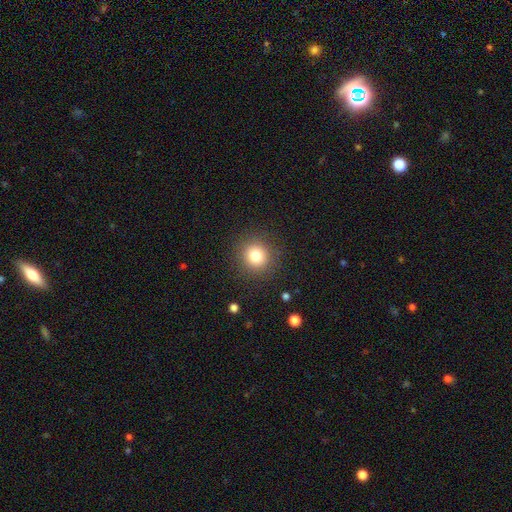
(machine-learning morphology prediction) Q: Smooth or featured?
A: smooth (79%); runner-up: star or artifact (13%)
Q: How rounded?
A: round (91%); runner-up: in between (8%)
Q: Merging?
A: none (89%); runner-up: minor disturbance (7%)